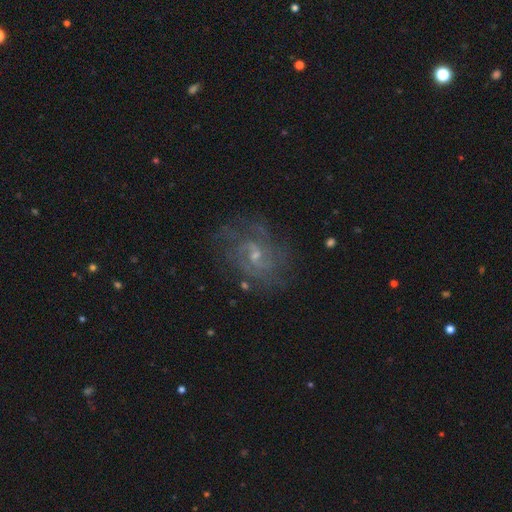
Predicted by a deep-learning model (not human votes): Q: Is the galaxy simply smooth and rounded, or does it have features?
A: featured or disk — 80%.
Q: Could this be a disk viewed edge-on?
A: no — 97%.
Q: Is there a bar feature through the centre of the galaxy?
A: weak — 52%.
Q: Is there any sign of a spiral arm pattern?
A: yes — 90%.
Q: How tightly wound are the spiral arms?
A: medium — 45%.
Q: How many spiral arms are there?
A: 2 — 37%.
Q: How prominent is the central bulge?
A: small — 63%.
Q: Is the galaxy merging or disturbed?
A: none — 68%.